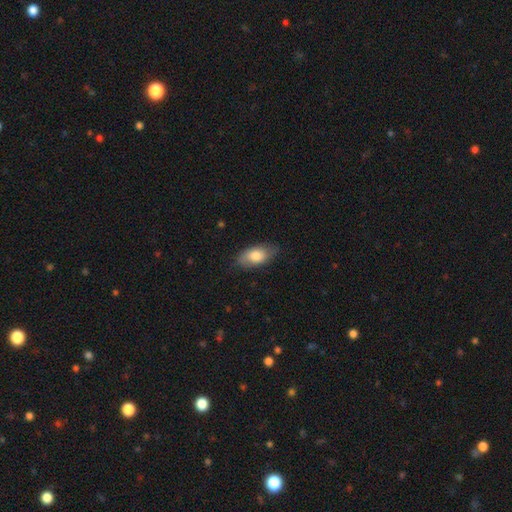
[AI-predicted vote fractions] Morphology: type=smooth (75%); roundness=in between (90%); merging=none (76%).